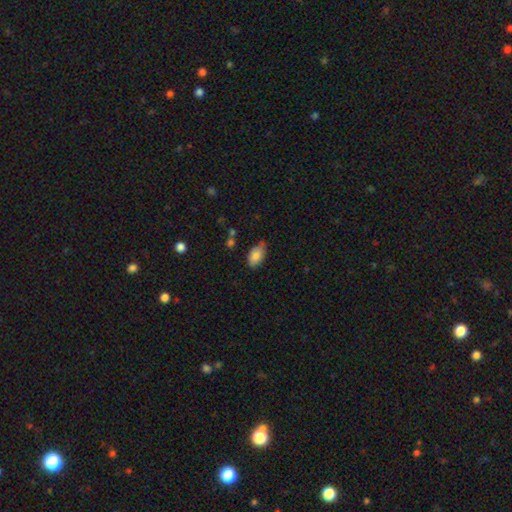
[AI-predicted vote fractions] This appears to be a smooth galaxy with no disk features (81%) that is in between round and cigar-shaped (93%). Merging: none (66%).